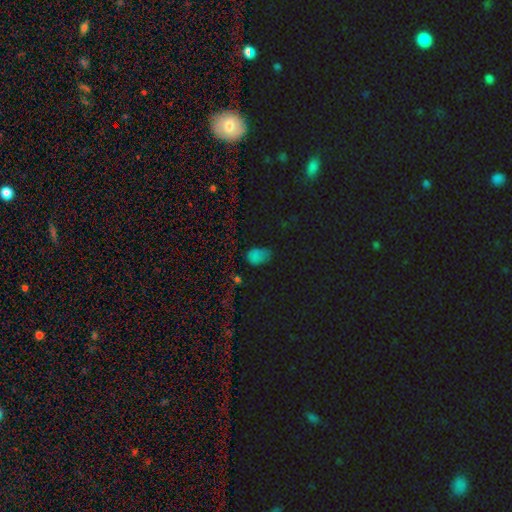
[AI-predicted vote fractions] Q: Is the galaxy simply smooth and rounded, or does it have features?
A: smooth — 60%.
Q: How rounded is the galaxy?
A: in between — 77%.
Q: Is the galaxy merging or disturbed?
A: none — 60%.